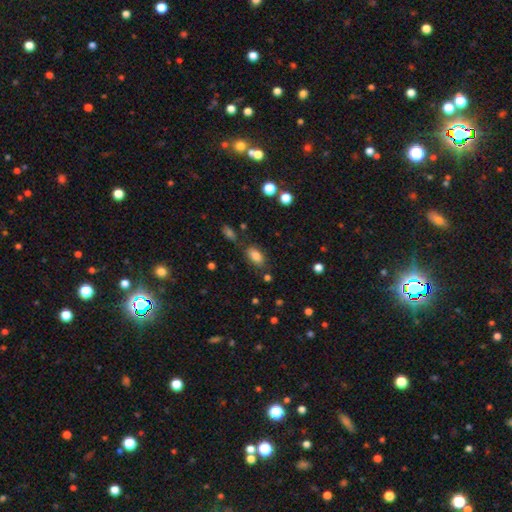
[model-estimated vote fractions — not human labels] This is clearly a smooth galaxy (83%). How rounded: clearly in between (90%). Merging: likely none (74%).